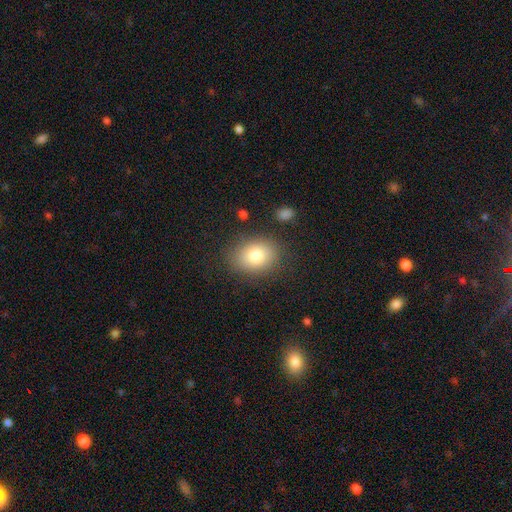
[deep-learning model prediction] Smooth or featured? Predicted: smooth (p=0.79). How rounded? Predicted: in between (p=0.51). Merging? Predicted: none (p=0.83).